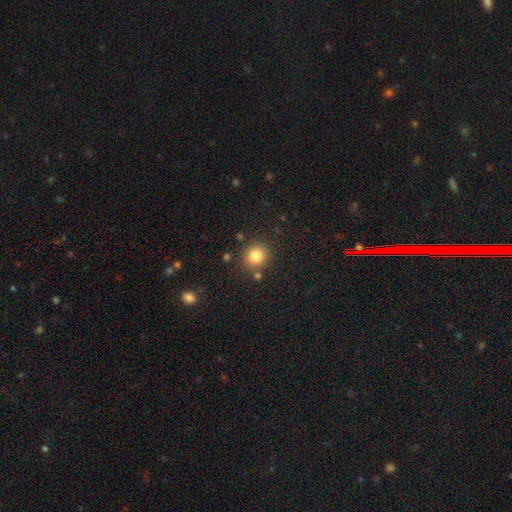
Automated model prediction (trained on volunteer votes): Smooth or featured: smooth — 81% (star or artifact — 12%)
How rounded: round — 91% (in between — 9%)
Merging: none — 84% (minor disturbance — 8%)